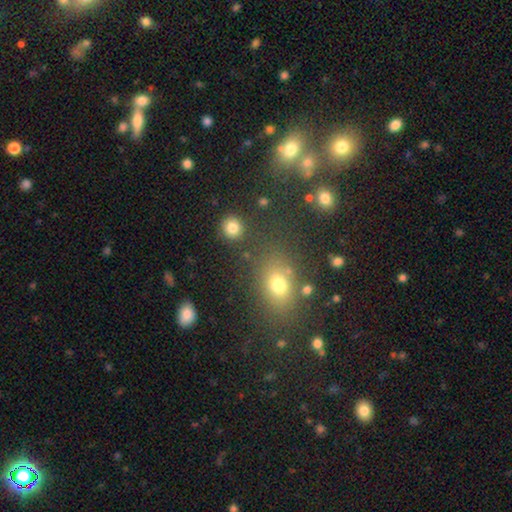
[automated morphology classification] smooth_or_featured: smooth (p=0.58) [alt: star or artifact p=0.30]
how_rounded: in between (p=0.58) [alt: round p=0.40]
merging: none (p=0.78) [alt: minor disturbance p=0.11]